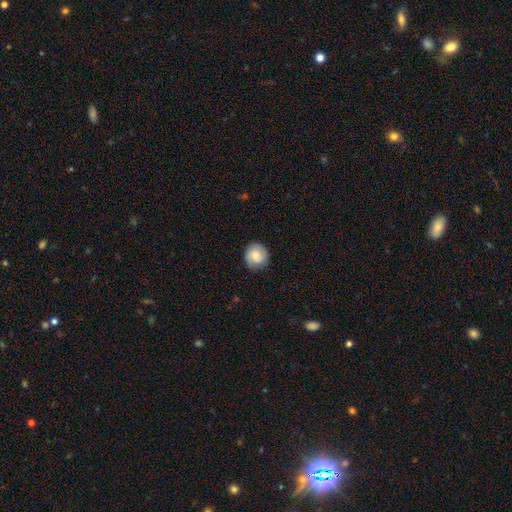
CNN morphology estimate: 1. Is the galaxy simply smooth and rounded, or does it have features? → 62% smooth, 31% featured or disk, 8% star or artifact.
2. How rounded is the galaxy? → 85% round, 14% in between, 1% cigar-shaped.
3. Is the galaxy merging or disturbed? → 81% none, 15% minor disturbance, 3% major disturbance, 1% merger.